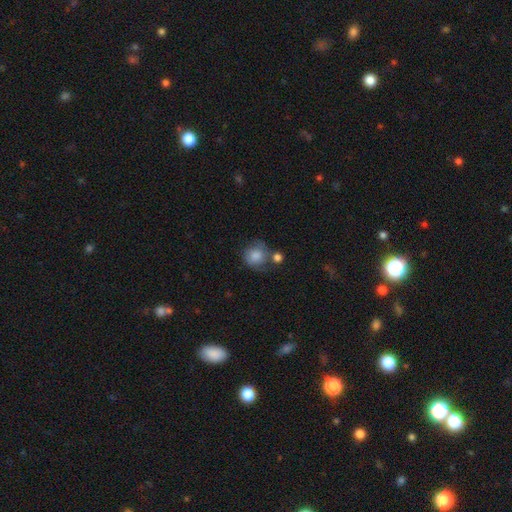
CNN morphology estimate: Q: Smooth or featured?
A: smooth (78%); runner-up: featured or disk (15%)
Q: How rounded?
A: round (86%); runner-up: in between (13%)
Q: Merging?
A: none (52%); runner-up: minor disturbance (21%)